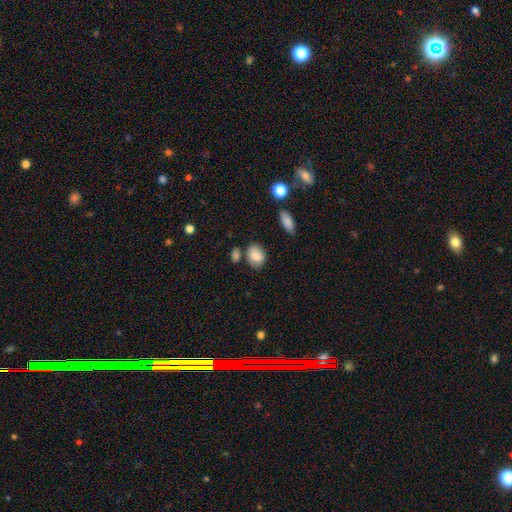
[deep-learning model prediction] smooth 85%, star or artifact 8%, featured or disk 7%. Down the decision tree: how rounded — in between (66%); merging — none (69%).